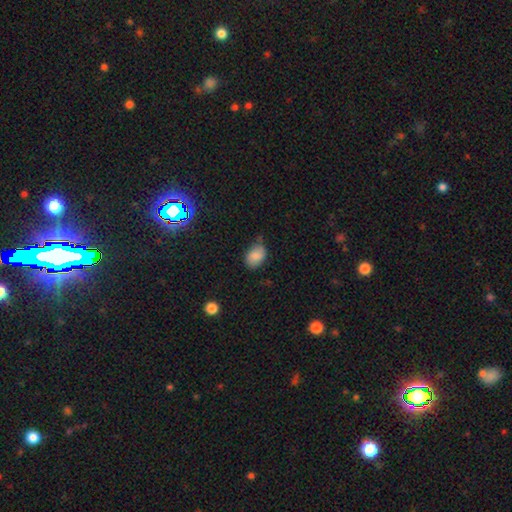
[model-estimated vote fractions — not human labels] Smooth or featured? Predicted: smooth (p=0.82). How rounded? Predicted: in between (p=0.82). Merging? Predicted: none (p=0.62).